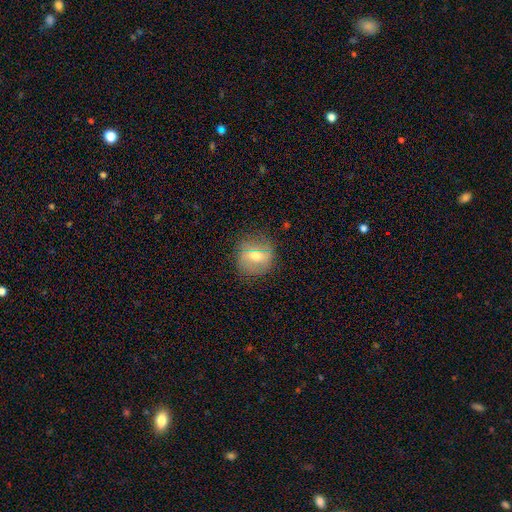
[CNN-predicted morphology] type=smooth (54%); roundness=round (84%); merging=none (78%).